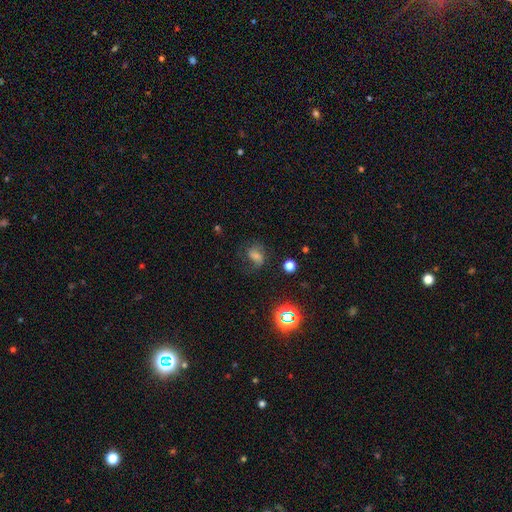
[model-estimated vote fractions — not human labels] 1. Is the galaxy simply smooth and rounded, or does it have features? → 39% smooth, 32% featured or disk, 29% star or artifact.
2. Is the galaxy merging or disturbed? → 58% none, 22% minor disturbance, 17% major disturbance, 3% merger.